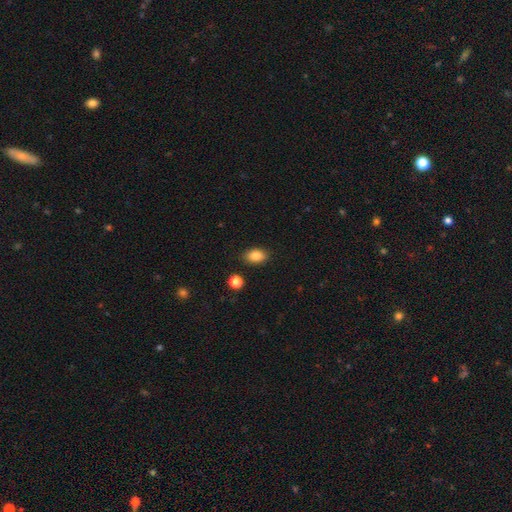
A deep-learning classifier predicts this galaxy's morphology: A smooth galaxy with no disk features (87%) that is in between round and cigar-shaped (84%).

Vote fractions:
- Smooth or featured? smooth: 87% / star or artifact: 9% / featured or disk: 5%
- How rounded? in between: 84% / round: 14% / cigar-shaped: 2%
- Merging? none: 85% / minor disturbance: 10% / major disturbance: 3% / merger: 2%